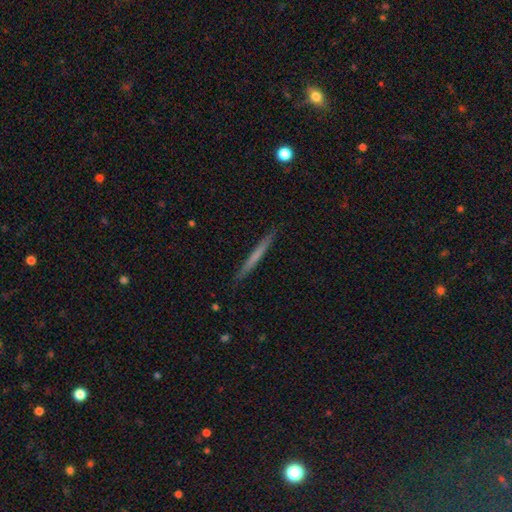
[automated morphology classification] Smooth or featured?
  - smooth: 54% *
  - featured or disk: 41%
  - star or artifact: 6%
How rounded?
  - cigar-shaped: 97% *
  - in between: 2%
  - round: 1%
Merging?
  - none: 91% *
  - minor disturbance: 7%
  - major disturbance: 1%
  - merger: 1%